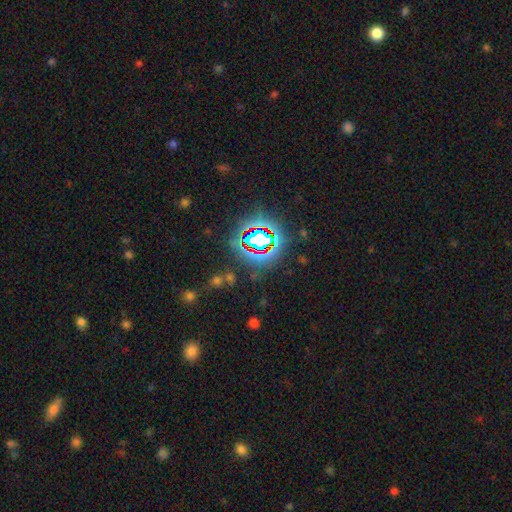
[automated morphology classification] Smooth or featured? star or artifact (82%)